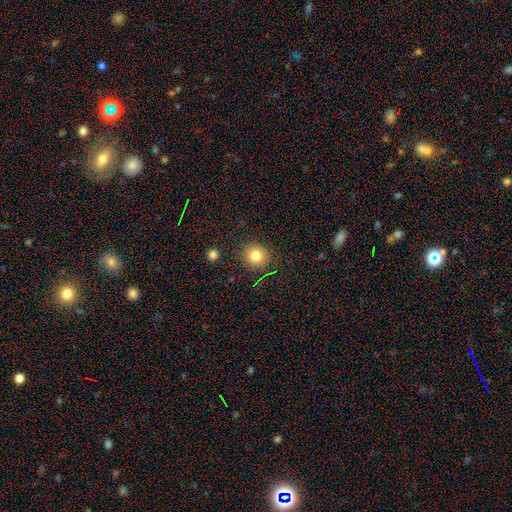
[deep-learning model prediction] Q: Smooth or featured?
A: smooth (80%); runner-up: star or artifact (12%)
Q: How rounded?
A: round (86%); runner-up: in between (13%)
Q: Merging?
A: none (87%); runner-up: minor disturbance (8%)